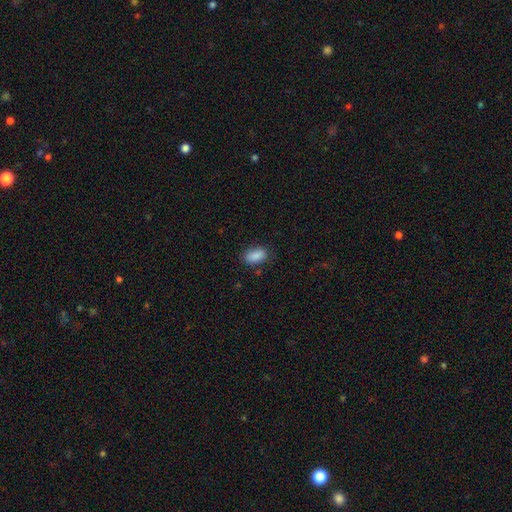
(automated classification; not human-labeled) smooth_or_featured: smooth (p=0.88) [alt: star or artifact p=0.08]
how_rounded: in between (p=0.91) [alt: round p=0.05]
merging: none (p=0.81) [alt: minor disturbance p=0.14]